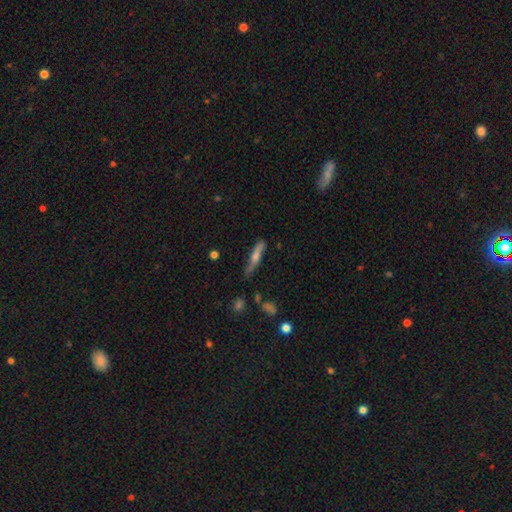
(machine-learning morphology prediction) type=featured or disk (53%); edge-on=yes (88%); merging=none (72%).